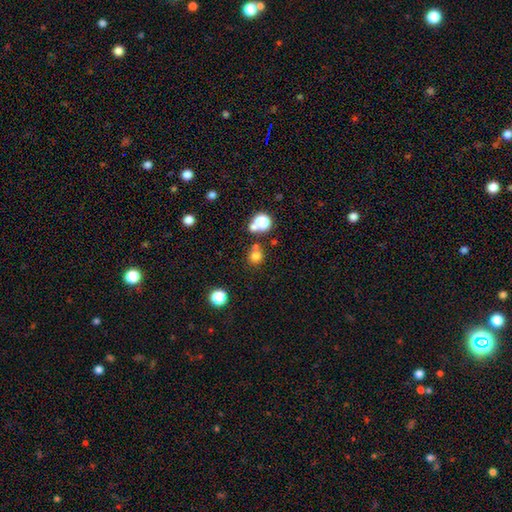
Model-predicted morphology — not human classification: Smooth or featured: smooth — 75% (star or artifact — 18%)
How rounded: round — 87% (in between — 12%)
Merging: none — 69% (merger — 18%)